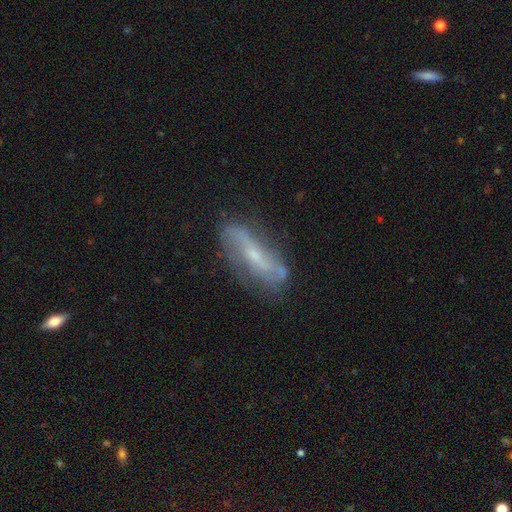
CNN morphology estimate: featured or disk 73%, smooth 19%, star or artifact 8%. Down the decision tree: edge-on disk — no (75%); bar — no (35%, tied with weak); spiral arms — yes (81%); bulge size — small (66%); merging — none (70%).